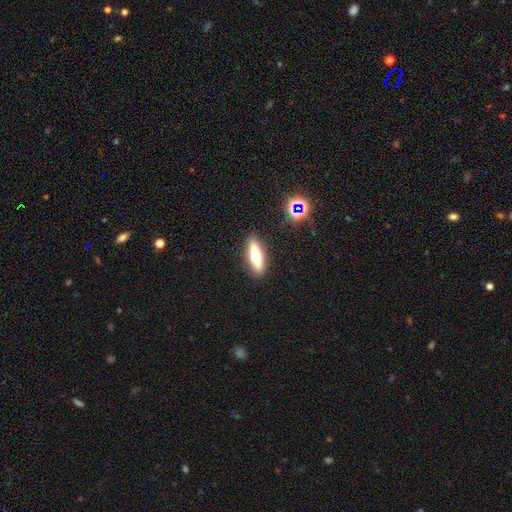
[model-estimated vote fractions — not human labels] smooth_or_featured: smooth (p=0.56) [alt: featured or disk p=0.36]
how_rounded: cigar-shaped (p=0.62) [alt: in between p=0.36]
merging: none (p=0.89) [alt: minor disturbance p=0.08]